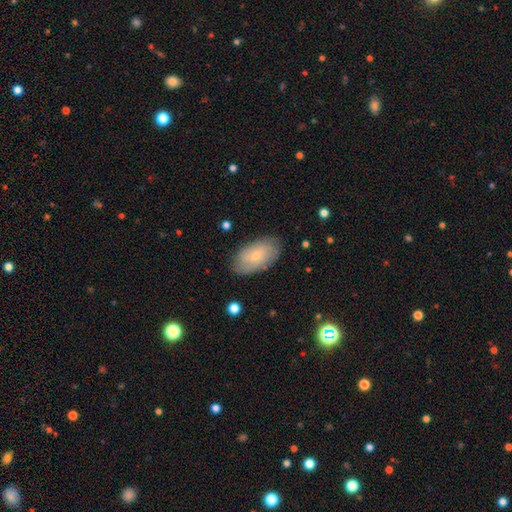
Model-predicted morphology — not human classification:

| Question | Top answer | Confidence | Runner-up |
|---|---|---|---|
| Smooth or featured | smooth | 58% | featured or disk (35%) |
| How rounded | in between | 93% | round (4%) |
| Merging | none | 80% | minor disturbance (15%) |